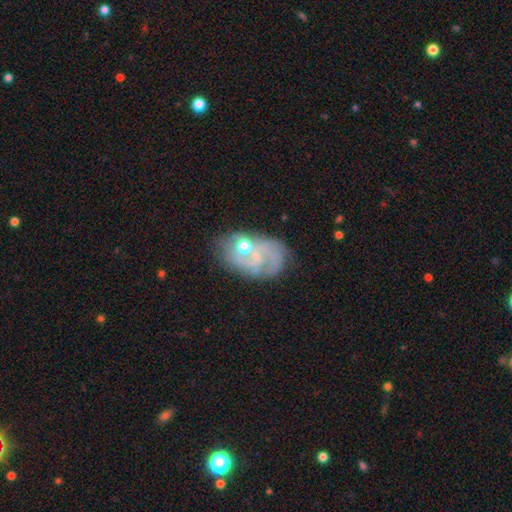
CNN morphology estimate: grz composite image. It shows a featured or disk galaxy (69%) with no bar (68%), tight (48%) spiral arms (79%) and a small central bulge (49%). Merging: none (58%).